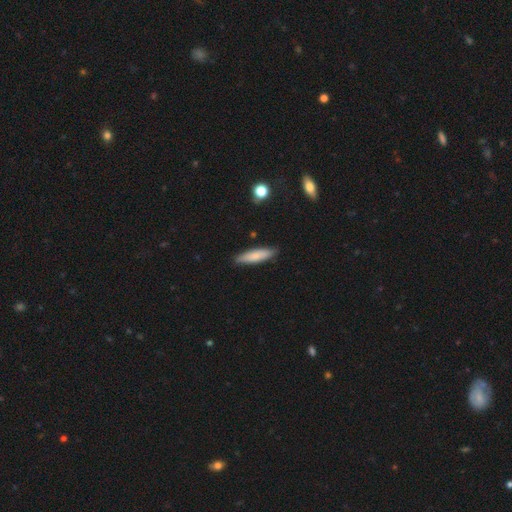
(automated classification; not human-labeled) Smooth or featured? smooth (78%)
How rounded? cigar-shaped (72%)
Merging? none (86%)